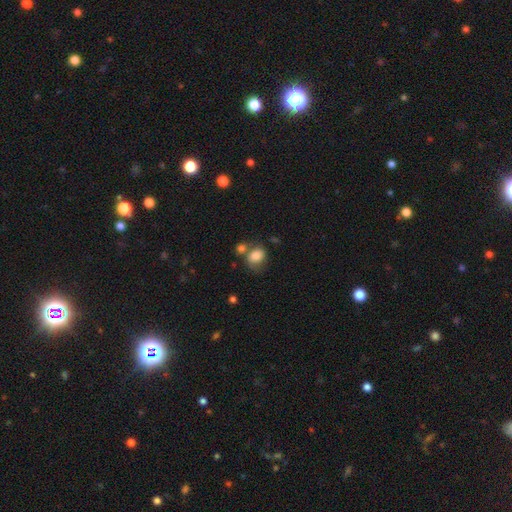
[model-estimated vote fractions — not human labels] Smooth or featured: smooth — 77% (featured or disk — 14%)
How rounded: in between — 51% (round — 48%)
Merging: none — 41% (merger — 27%)